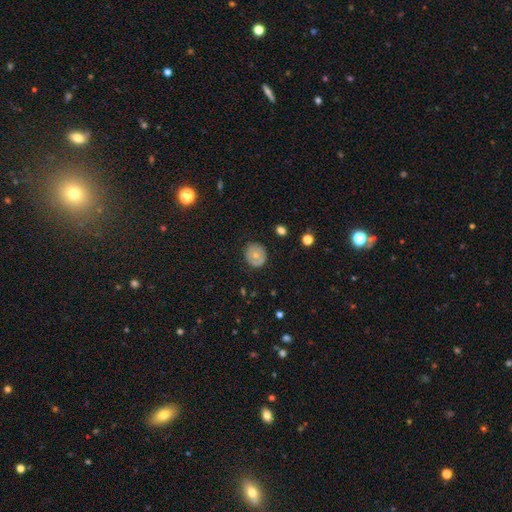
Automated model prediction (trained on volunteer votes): Smooth or featured: smooth — 62% (featured or disk — 29%)
How rounded: round — 85% (in between — 14%)
Merging: none — 81% (minor disturbance — 14%)